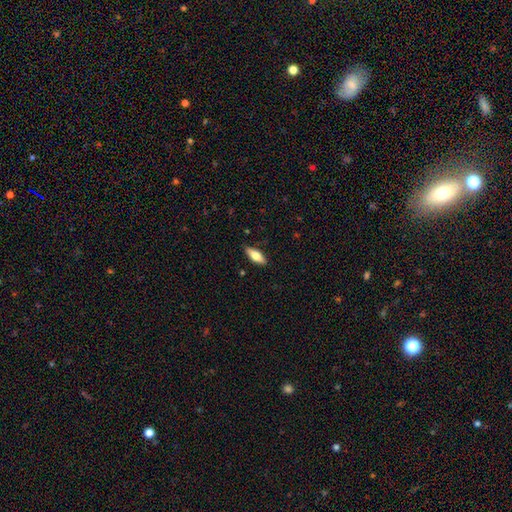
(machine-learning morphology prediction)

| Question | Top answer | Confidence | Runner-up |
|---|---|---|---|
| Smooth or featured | smooth | 67% | featured or disk (27%) |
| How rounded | in between | 66% | cigar-shaped (32%) |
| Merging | none | 84% | minor disturbance (12%) |